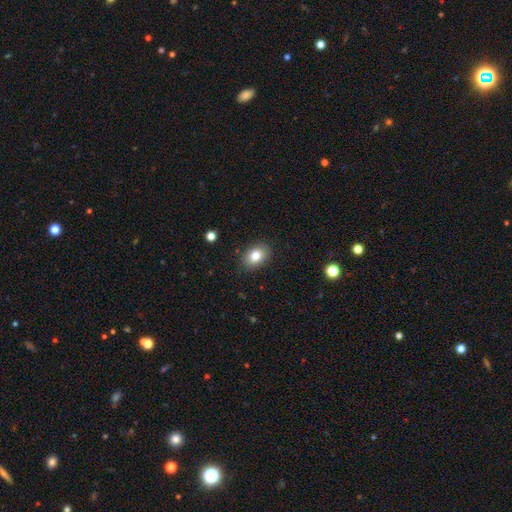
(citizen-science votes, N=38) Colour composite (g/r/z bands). It shows a smooth galaxy with no disk features (87%) that is in between round and cigar-shaped (61%). Merging: none (86%).